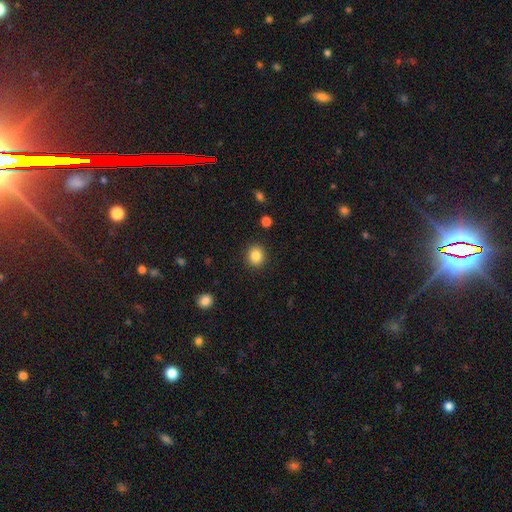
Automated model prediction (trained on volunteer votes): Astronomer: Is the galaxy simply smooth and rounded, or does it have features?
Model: smooth — 85%.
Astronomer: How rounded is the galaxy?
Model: round — 85%.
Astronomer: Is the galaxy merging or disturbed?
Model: none — 91%.